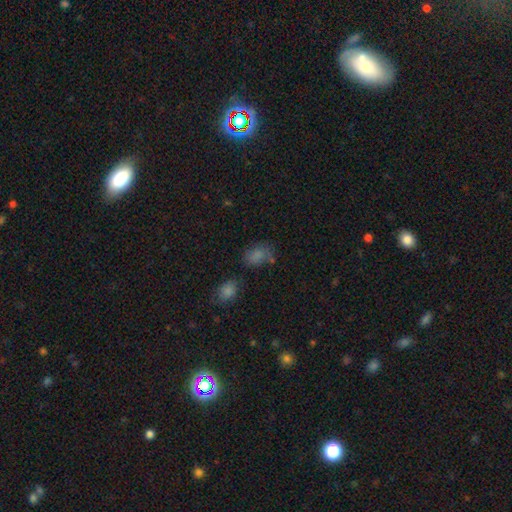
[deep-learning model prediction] smooth 66%, star or artifact 22%, featured or disk 11%. Down the decision tree: how rounded — in between (73%); merging — none (54%).